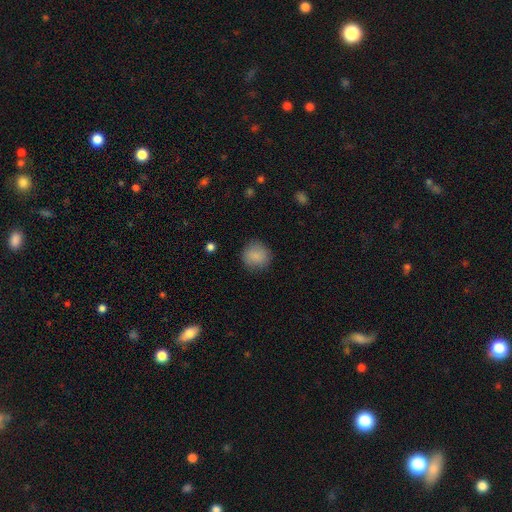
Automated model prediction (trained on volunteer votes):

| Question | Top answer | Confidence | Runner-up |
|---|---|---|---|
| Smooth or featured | smooth | 86% | star or artifact (8%) |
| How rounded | round | 90% | in between (9%) |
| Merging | none | 86% | minor disturbance (10%) |